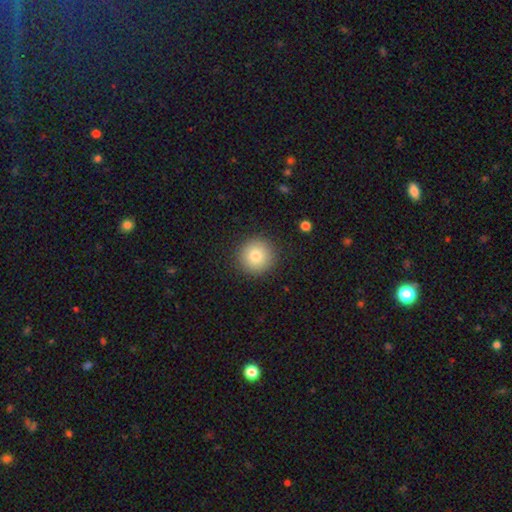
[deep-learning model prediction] The model was most divided on "smooth or featured": smooth: 81%, star or artifact: 10%, featured or disk: 9%. More confident: how rounded — round (95%); merging — none (91%).